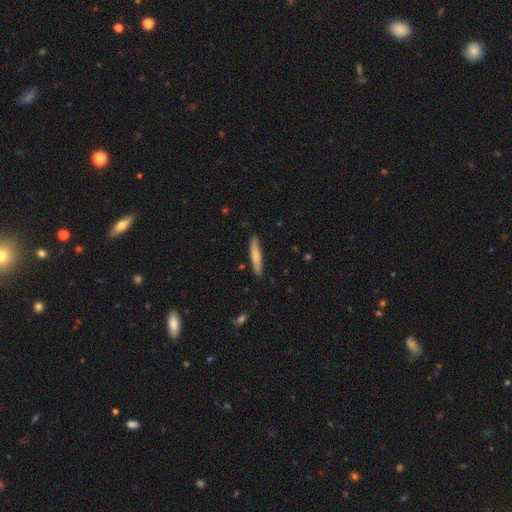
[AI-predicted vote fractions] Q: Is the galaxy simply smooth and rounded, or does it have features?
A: smooth — 67%.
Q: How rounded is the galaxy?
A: cigar-shaped — 90%.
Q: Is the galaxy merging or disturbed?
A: none — 89%.